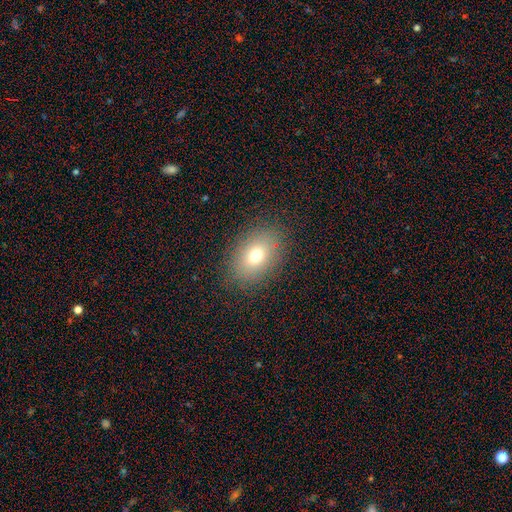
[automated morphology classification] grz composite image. It shows a smooth galaxy with no disk features (73%) that is in between round and cigar-shaped (76%). Merging: none (86%).